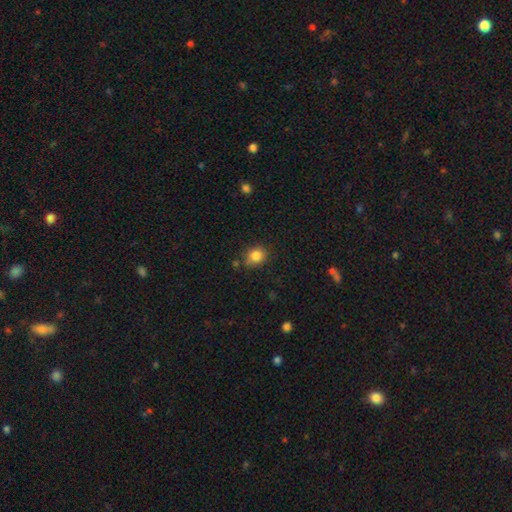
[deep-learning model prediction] Overall: smooth (84%). How rounded: round (64%; in between 35%). Merging: none (74%).